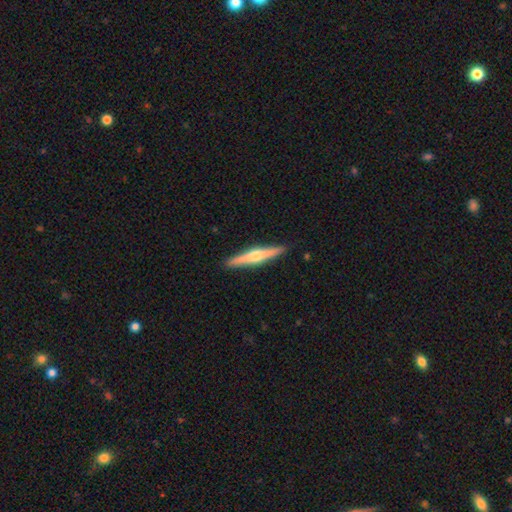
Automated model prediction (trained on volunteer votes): Q: Smooth or featured?
A: featured or disk (65%); runner-up: smooth (30%)
Q: Edge-on disk?
A: yes (97%); runner-up: no (3%)
Q: Edge-on bulge?
A: rounded (89%); runner-up: none (5%)
Q: Merging?
A: none (91%); runner-up: minor disturbance (7%)